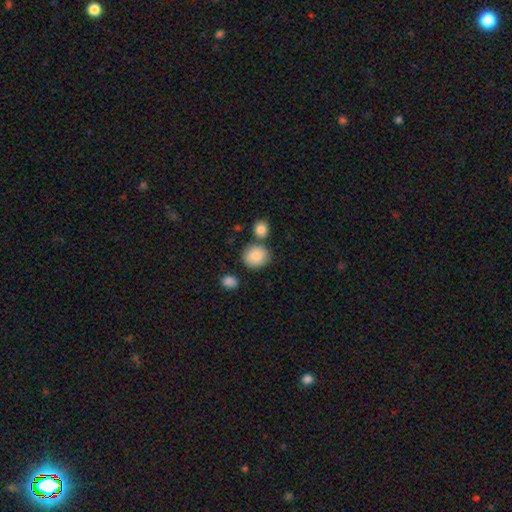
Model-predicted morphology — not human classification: Overall: smooth (86%). How rounded: round (79%). Merging: none (72%).